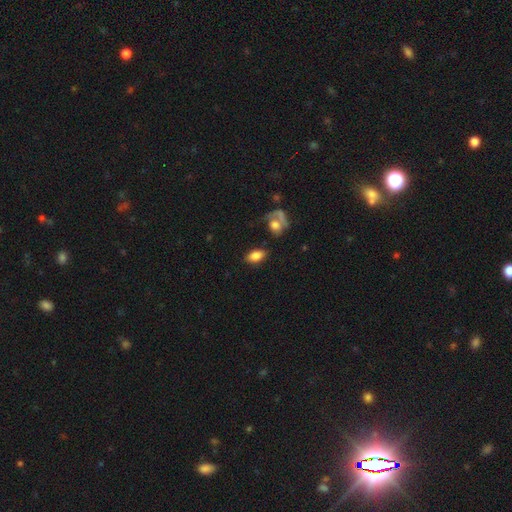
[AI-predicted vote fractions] Overall: smooth (82%). How rounded: in between (89%). Merging: none (77%).